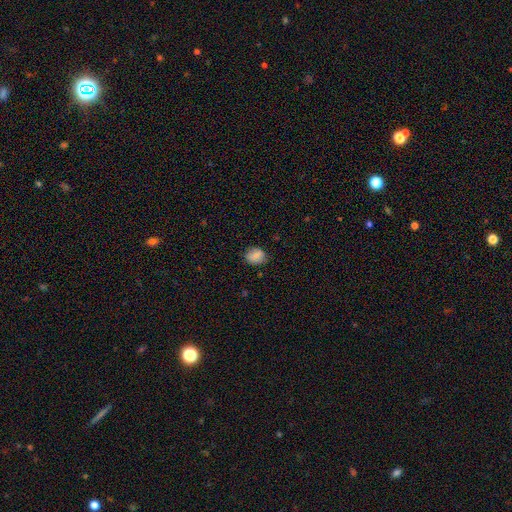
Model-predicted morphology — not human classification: type=smooth (81%); roundness=in between (50%); merging=none (78%).